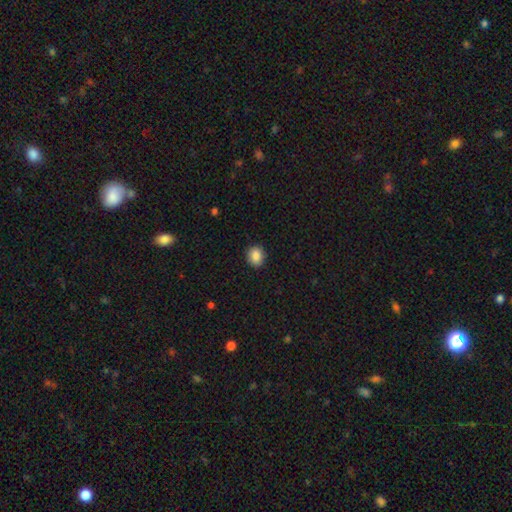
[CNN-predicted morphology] Q: Smooth or featured?
A: smooth (88%); runner-up: star or artifact (9%)
Q: How rounded?
A: round (61%); runner-up: in between (38%)
Q: Merging?
A: none (90%); runner-up: minor disturbance (7%)